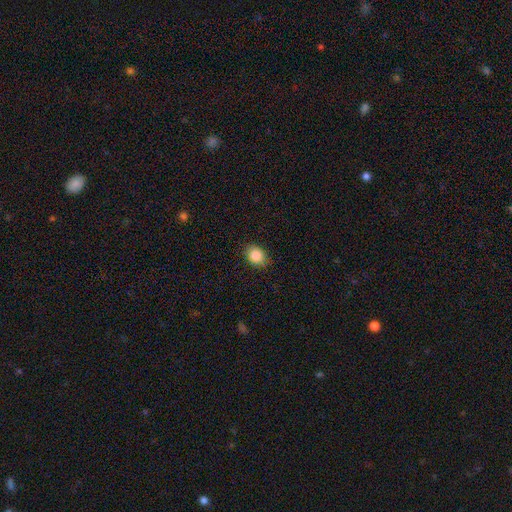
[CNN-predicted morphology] smooth 87%, star or artifact 9%, featured or disk 5%. Down the decision tree: how rounded — in between (56%); merging — none (84%).